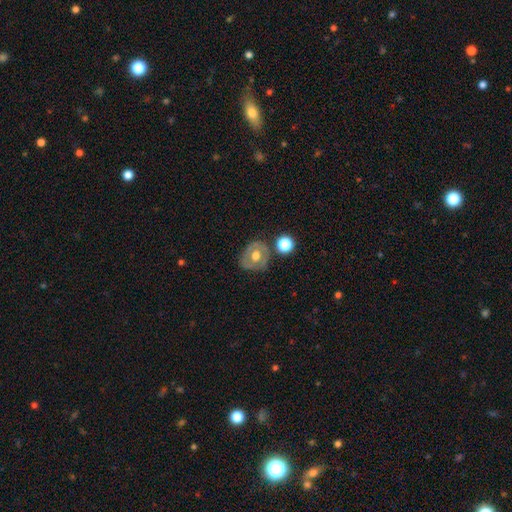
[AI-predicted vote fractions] Overall: featured or disk (50%; smooth 42%). Edge-on disk: no (94%). Merging: none (69%).